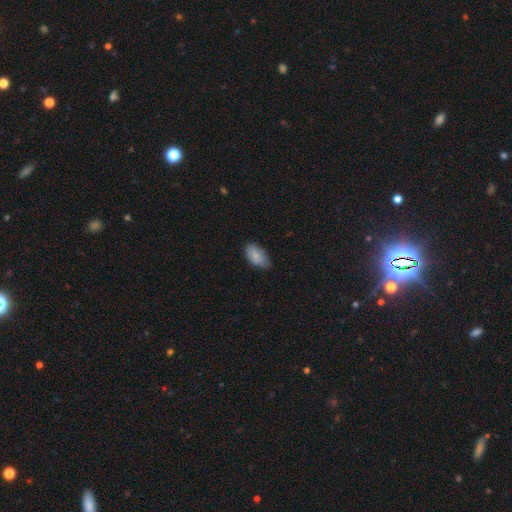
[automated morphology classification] Smooth or featured: smooth — 84% (featured or disk — 9%)
How rounded: in between — 93% (round — 5%)
Merging: none — 66% (minor disturbance — 28%)